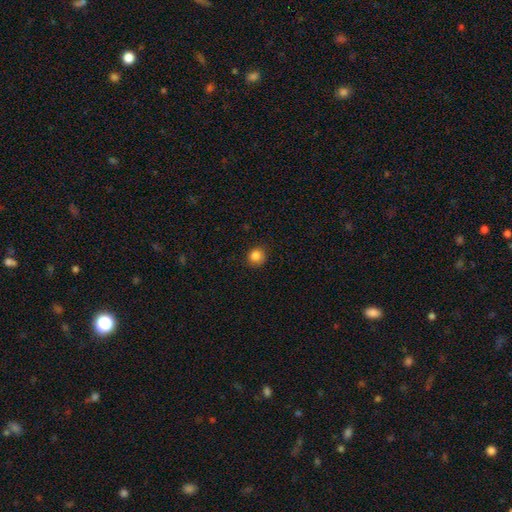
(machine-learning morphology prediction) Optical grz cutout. It shows a smooth galaxy with no disk features (84%) that is round (85%). Merging: none (86%).